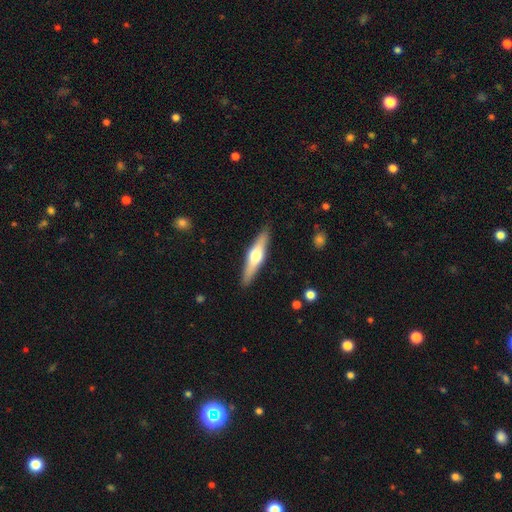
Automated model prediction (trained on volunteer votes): smooth-or-featured: featured or disk: 59% | smooth: 36% | star or artifact: 5%
  disk-edge-on: yes: 95% | no: 5%
    edge-on-bulge: rounded: 93% | boxy: 5% | none: 3%
  merging: none: 90% | minor disturbance: 7% | major disturbance: 2% | merger: 1%